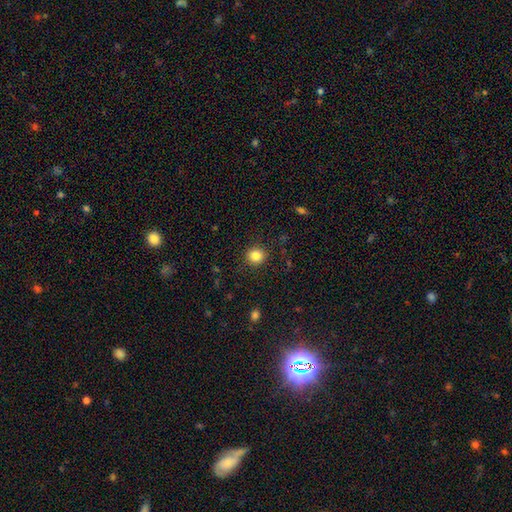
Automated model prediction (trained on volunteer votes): Smooth or featured? Predicted: smooth (p=0.84). How rounded? Predicted: round (p=0.88). Merging? Predicted: none (p=0.90).